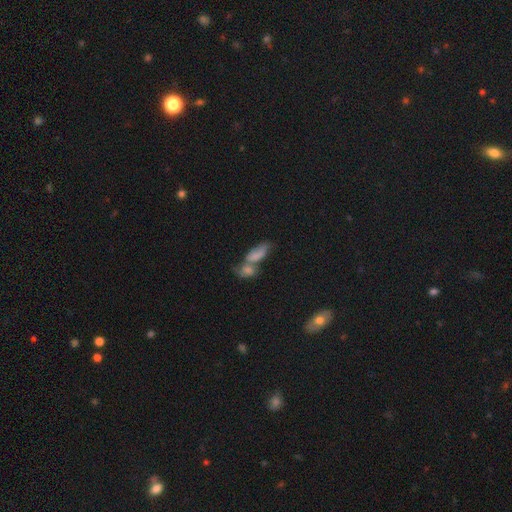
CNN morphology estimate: Smooth or featured? smooth (67%)
How rounded? in between (80%)
Merging? merger (68%)